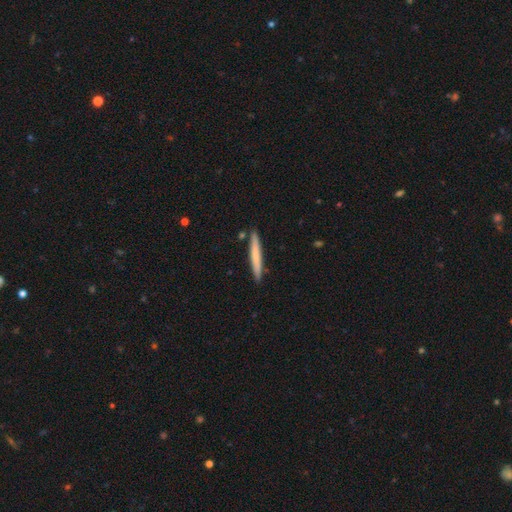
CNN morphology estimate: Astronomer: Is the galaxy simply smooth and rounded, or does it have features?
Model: smooth — 64%.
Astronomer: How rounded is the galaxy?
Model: cigar-shaped — 96%.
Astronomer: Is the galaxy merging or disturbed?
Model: none — 89%.